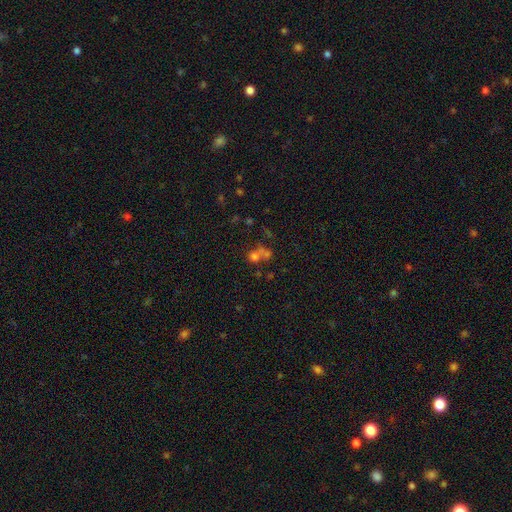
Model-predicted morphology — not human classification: Overall: smooth (52%; star or artifact 28%). How rounded: round (79%). Merging: merger (46%; none 40%).